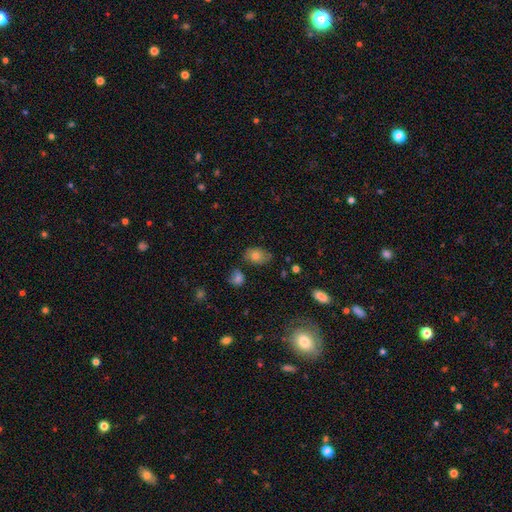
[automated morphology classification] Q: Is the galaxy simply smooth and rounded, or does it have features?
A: smooth — 75%.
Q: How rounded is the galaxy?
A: in between — 80%.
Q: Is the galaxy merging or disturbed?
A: none — 65%.